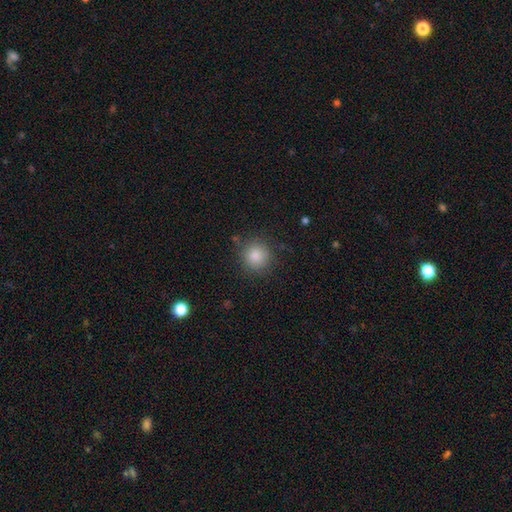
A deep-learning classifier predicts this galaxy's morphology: smooth_or_featured: smooth (p=0.85) [alt: star or artifact p=0.10]
how_rounded: round (p=0.92) [alt: in between p=0.07]
merging: none (p=0.85) [alt: minor disturbance p=0.10]